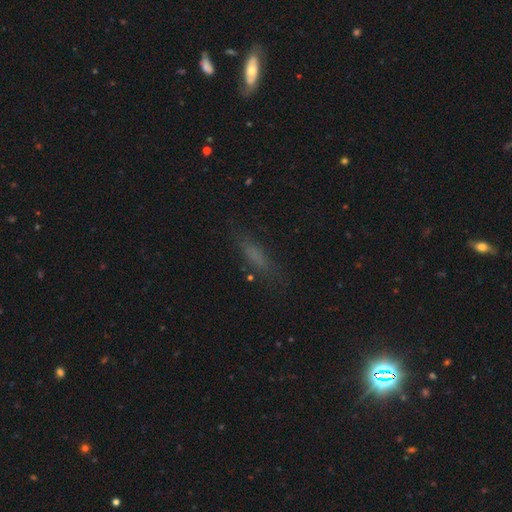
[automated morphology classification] Q: Smooth or featured?
A: smooth (61%); runner-up: featured or disk (20%)
Q: How rounded?
A: cigar-shaped (69%); runner-up: in between (28%)
Q: Merging?
A: none (74%); runner-up: minor disturbance (16%)